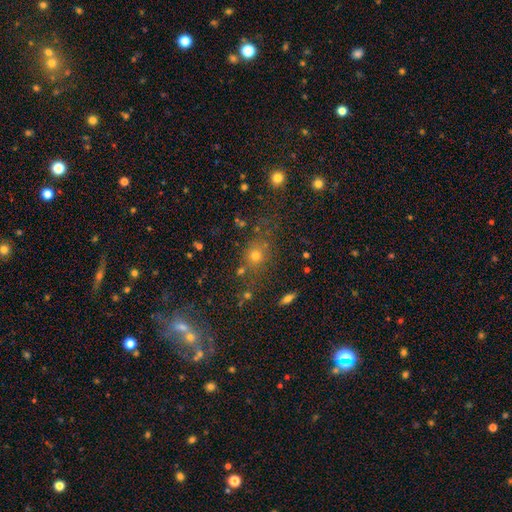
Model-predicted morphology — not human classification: Overall: smooth (60%; star or artifact 27%). How rounded: round (66%; in between 30%). Merging: none (68%).